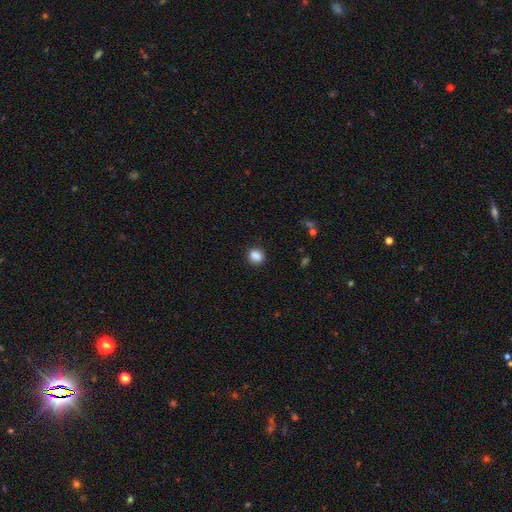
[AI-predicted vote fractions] Overall: smooth (87%). How rounded: round (64%; in between 34%). Merging: none (85%).